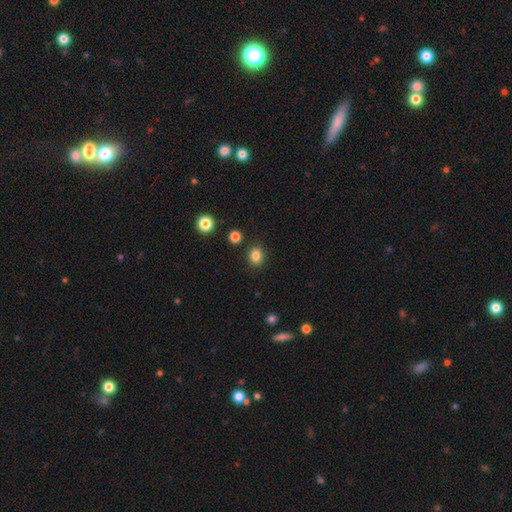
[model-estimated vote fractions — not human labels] The model was most divided on "how rounded": round: 64%, in between: 35%, cigar-shaped: 1%. More confident: merging — none (87%); smooth or featured — smooth (84%).